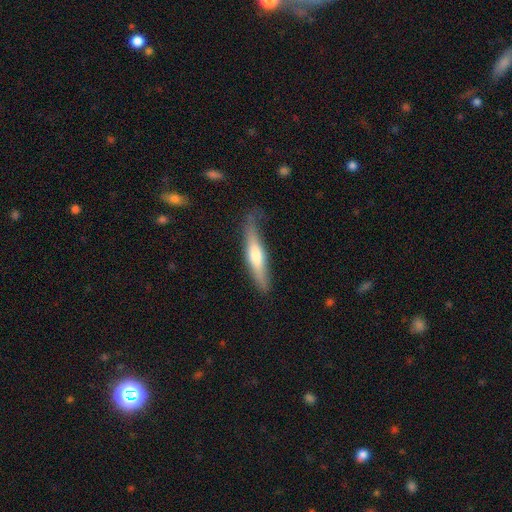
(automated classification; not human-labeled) smooth 50%, featured or disk 45%, star or artifact 5%. Down the decision tree: merging — none (71%).